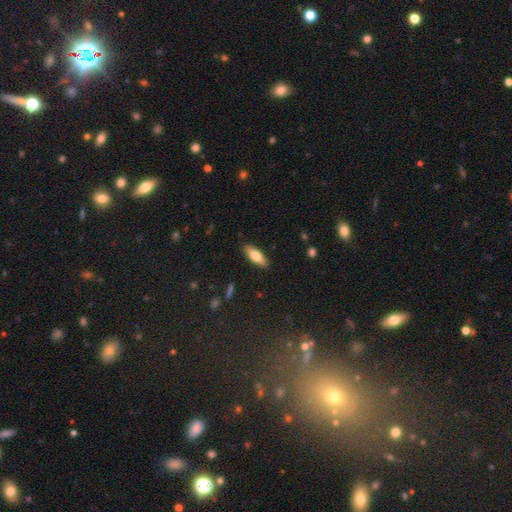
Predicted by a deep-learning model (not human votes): Smooth or featured?
  - smooth: 64% *
  - featured or disk: 30%
  - star or artifact: 6%
How rounded?
  - in between: 58% *
  - cigar-shaped: 39%
  - round: 2%
Merging?
  - none: 89% *
  - minor disturbance: 8%
  - major disturbance: 2%
  - merger: 1%